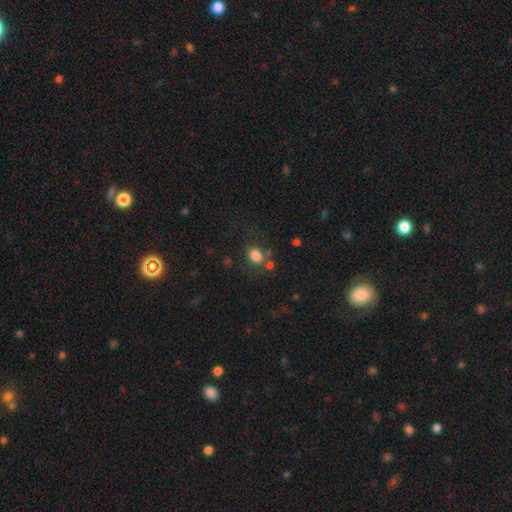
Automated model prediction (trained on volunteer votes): This is clearly a smooth galaxy (81%). How rounded: possibly in between (55%). Merging: likely none (67%).